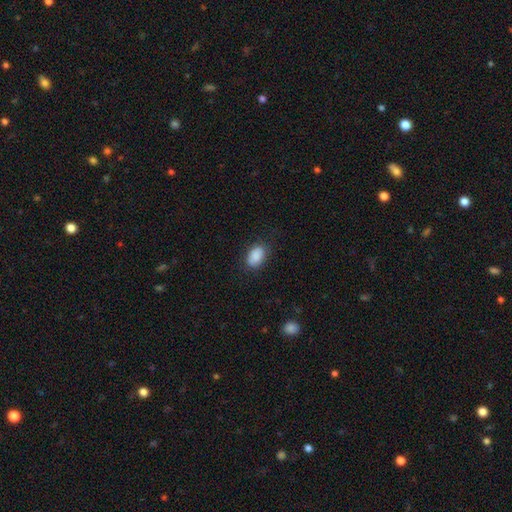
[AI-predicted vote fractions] smooth-or-featured: smooth: 88% | star or artifact: 7% | featured or disk: 5%
  how-rounded: in between: 88% | round: 11% | cigar-shaped: 1%
  merging: none: 80% | minor disturbance: 14% | major disturbance: 4% | merger: 1%